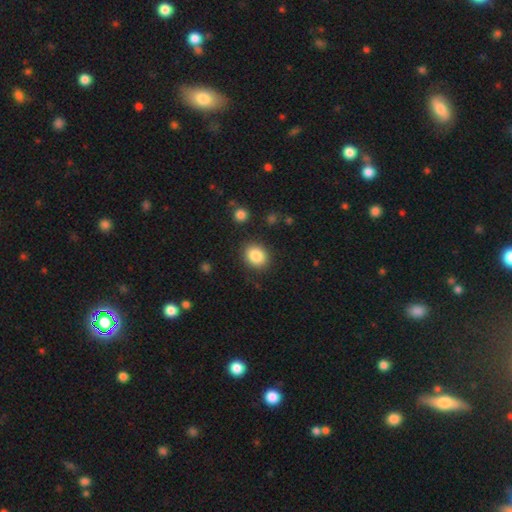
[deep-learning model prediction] smooth 86%, star or artifact 9%, featured or disk 6%. Down the decision tree: how rounded — round (61%); merging — none (86%).